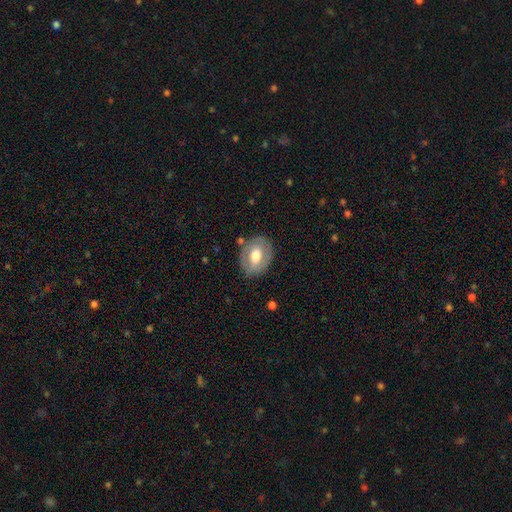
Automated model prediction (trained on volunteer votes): Overall: smooth (52%; featured or disk 42%). How rounded: in between (68%; round 30%). Merging: none (79%).